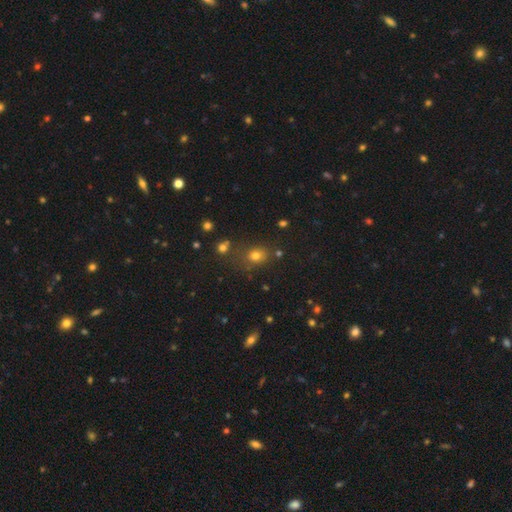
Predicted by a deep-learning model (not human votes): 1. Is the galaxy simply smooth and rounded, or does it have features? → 72% smooth, 20% star or artifact, 8% featured or disk.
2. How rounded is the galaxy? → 63% round, 36% in between, 1% cigar-shaped.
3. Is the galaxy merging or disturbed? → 72% none, 14% minor disturbance, 9% merger, 6% major disturbance.